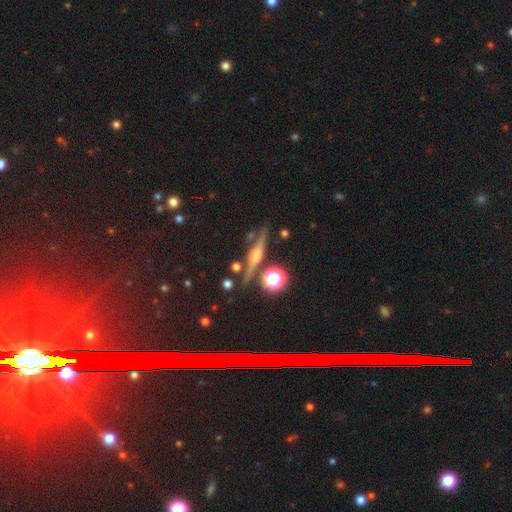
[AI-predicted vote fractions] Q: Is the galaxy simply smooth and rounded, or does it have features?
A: featured or disk — 76%.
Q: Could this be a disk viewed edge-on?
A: yes — 96%.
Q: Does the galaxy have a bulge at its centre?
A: rounded — 89%.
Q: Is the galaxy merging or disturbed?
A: none — 84%.